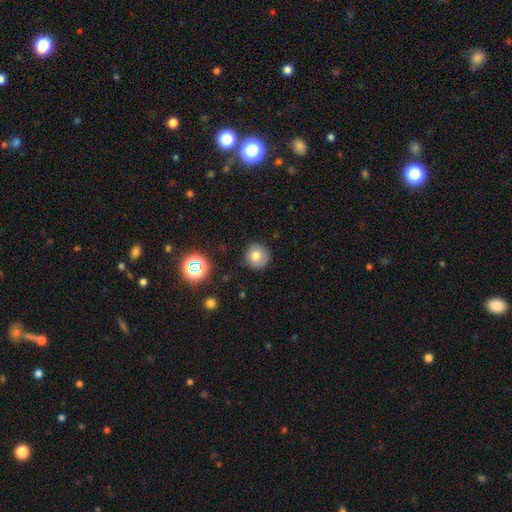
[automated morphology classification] Smooth or featured?
  - smooth: 75% *
  - star or artifact: 14%
  - featured or disk: 12%
How rounded?
  - round: 93% *
  - in between: 6%
  - cigar-shaped: 1%
Merging?
  - none: 87% *
  - minor disturbance: 9%
  - major disturbance: 2%
  - merger: 2%